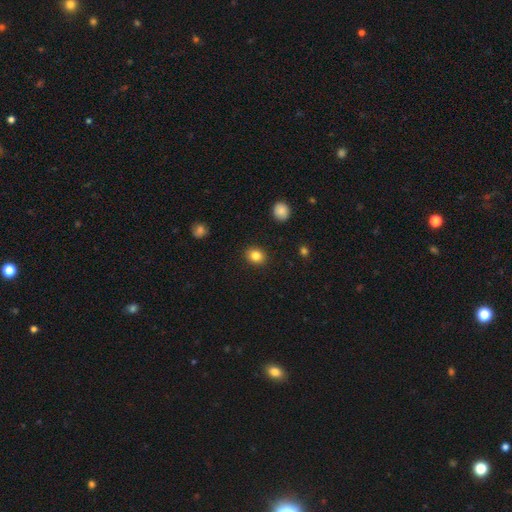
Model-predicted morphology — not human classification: This appears to be a smooth galaxy with no disk features (84%) that is round (61%). Merging: none (90%).